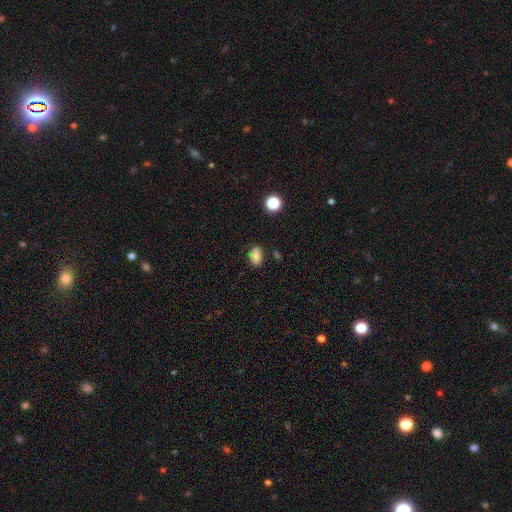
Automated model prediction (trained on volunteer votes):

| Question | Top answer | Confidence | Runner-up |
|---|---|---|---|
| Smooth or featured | smooth | 83% | star or artifact (11%) |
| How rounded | in between | 82% | round (17%) |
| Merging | none | 81% | minor disturbance (13%) |